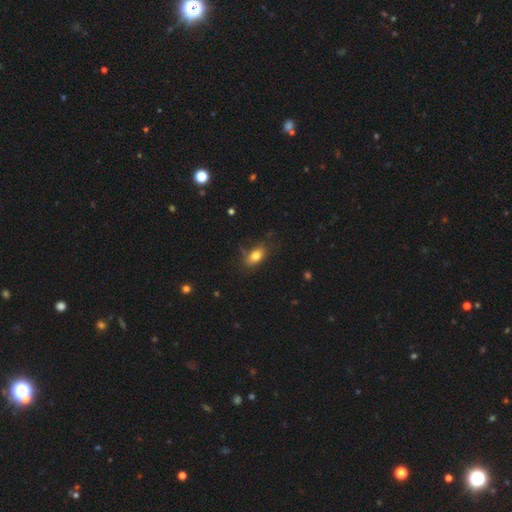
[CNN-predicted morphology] A smooth galaxy with no disk features (81%) that is in between round and cigar-shaped (86%). Merging: none (71%).